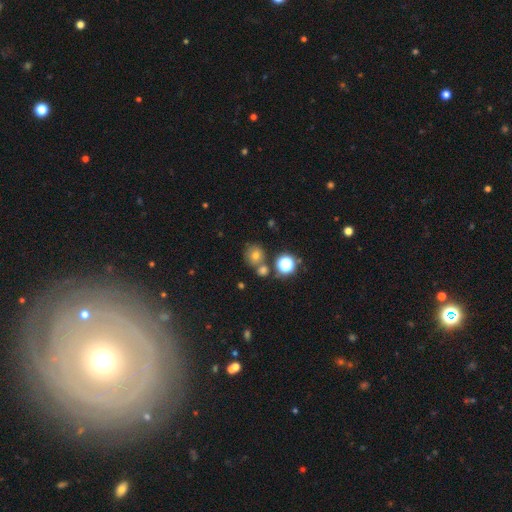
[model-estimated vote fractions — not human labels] Smooth or featured?
  - smooth: 65% *
  - star or artifact: 23%
  - featured or disk: 12%
How rounded?
  - round: 84% *
  - in between: 15%
  - cigar-shaped: 1%
Merging?
  - none: 65% *
  - merger: 22%
  - minor disturbance: 10%
  - major disturbance: 4%